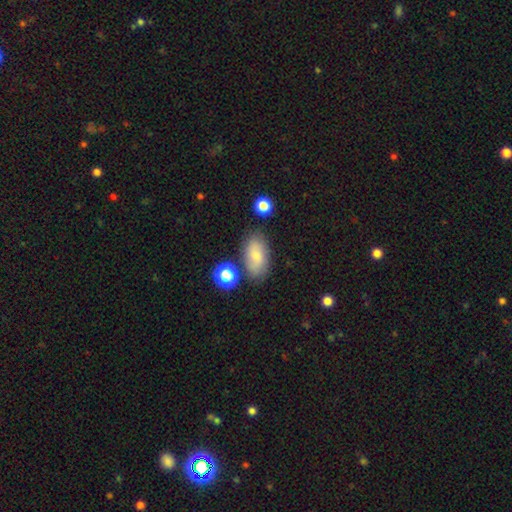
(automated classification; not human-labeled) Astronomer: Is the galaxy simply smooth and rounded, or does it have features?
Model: smooth — 71%.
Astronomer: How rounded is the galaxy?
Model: in between — 91%.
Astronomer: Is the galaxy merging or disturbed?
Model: none — 75%.